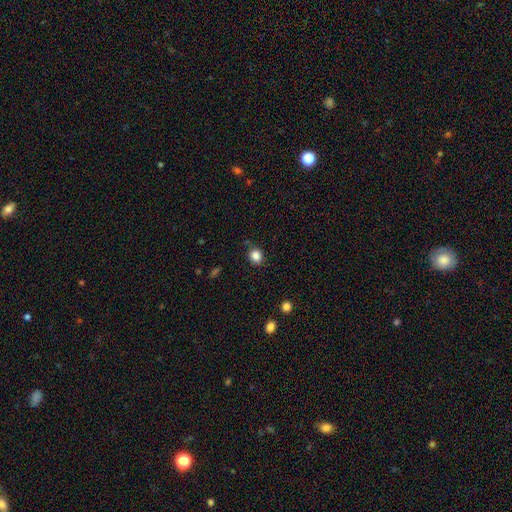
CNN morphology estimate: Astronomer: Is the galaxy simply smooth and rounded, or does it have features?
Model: smooth — 84%.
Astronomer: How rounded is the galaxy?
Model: round — 75%.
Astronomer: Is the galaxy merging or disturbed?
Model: none — 86%.